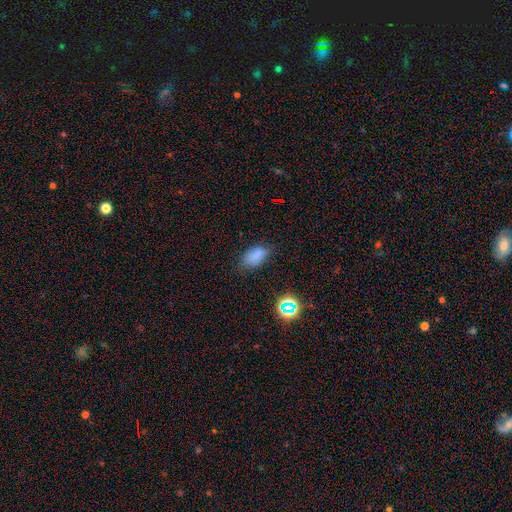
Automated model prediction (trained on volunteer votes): This is likely a smooth galaxy (78%). How rounded: clearly in between (90%). Merging: likely none (72%).